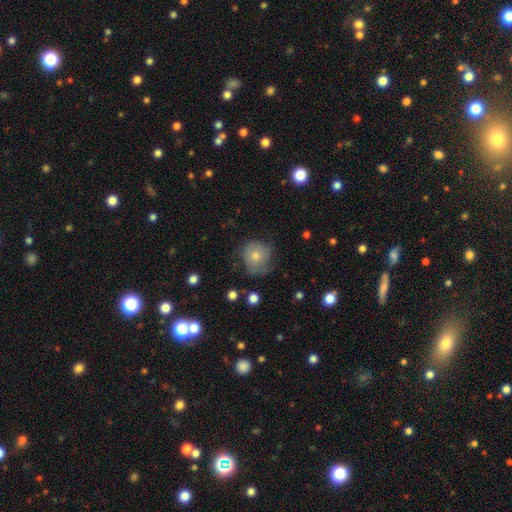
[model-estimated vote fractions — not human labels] Morphology: type=smooth (65%); roundness=round (86%); merging=none (57%).